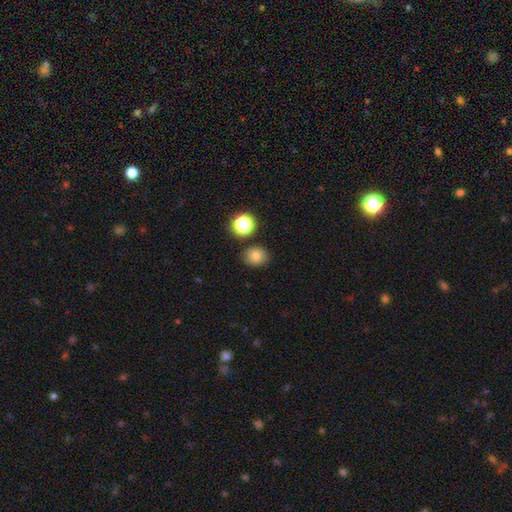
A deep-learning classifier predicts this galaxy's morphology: This is likely a smooth galaxy (79%). How rounded: likely round (62%). Merging: clearly none (82%).